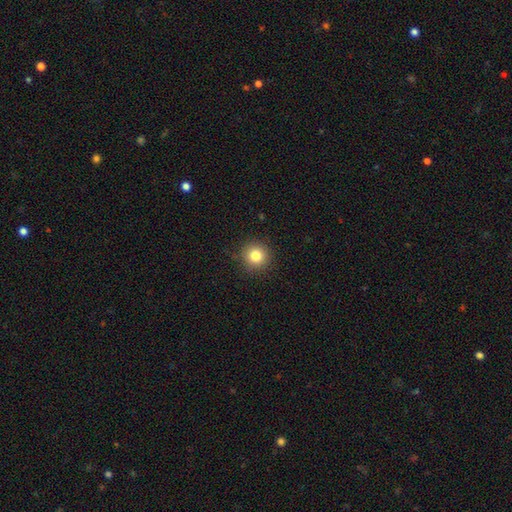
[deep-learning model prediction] This appears to be a smooth galaxy with no disk features (82%) that is round (94%). Merging: none (90%).